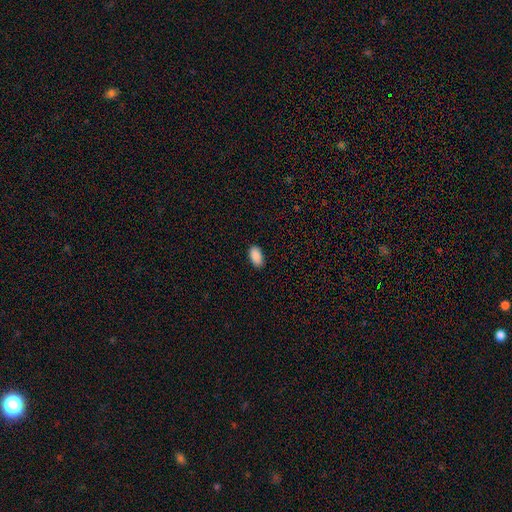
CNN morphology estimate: Overall: smooth (90%). How rounded: in between (94%). Merging: none (88%).